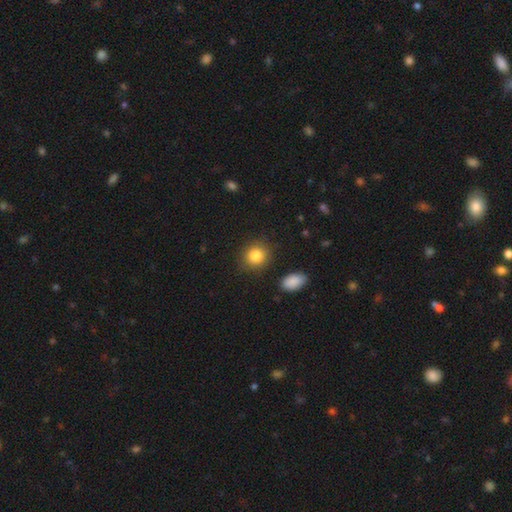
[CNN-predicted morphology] smooth_or_featured: smooth (p=0.86) [alt: star or artifact p=0.09]
how_rounded: round (p=0.80) [alt: in between p=0.19]
merging: none (p=0.86) [alt: minor disturbance p=0.09]